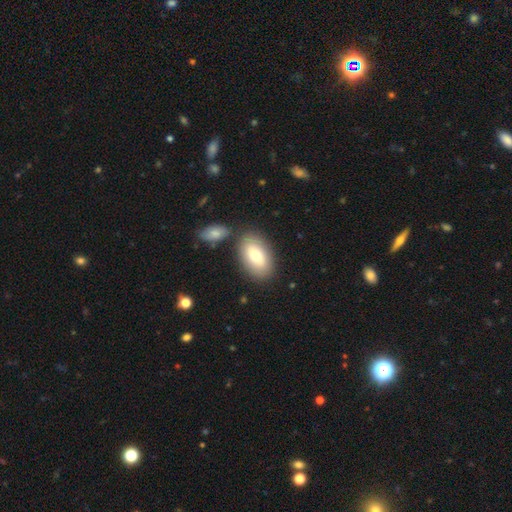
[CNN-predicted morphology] Overall: smooth (72%). How rounded: in between (92%). Merging: none (76%).